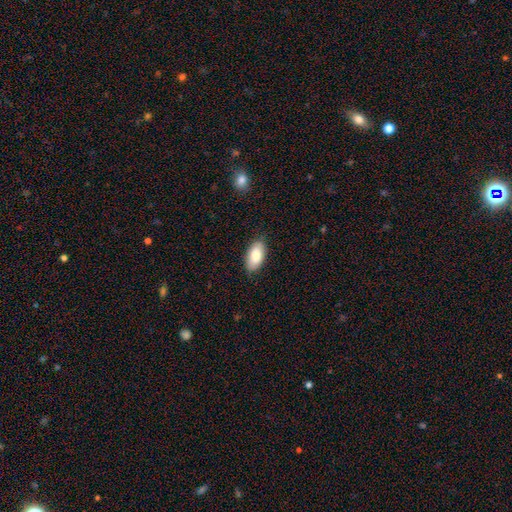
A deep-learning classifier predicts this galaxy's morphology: Smooth or featured? smooth (84%)
How rounded? in between (94%)
Merging? none (85%)